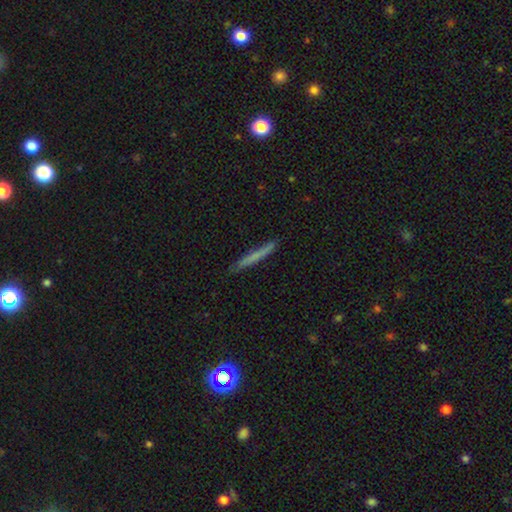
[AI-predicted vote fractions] This appears to be a smooth galaxy with no disk features (64%) that is cigar-shaped (96%). Merging: none (86%).